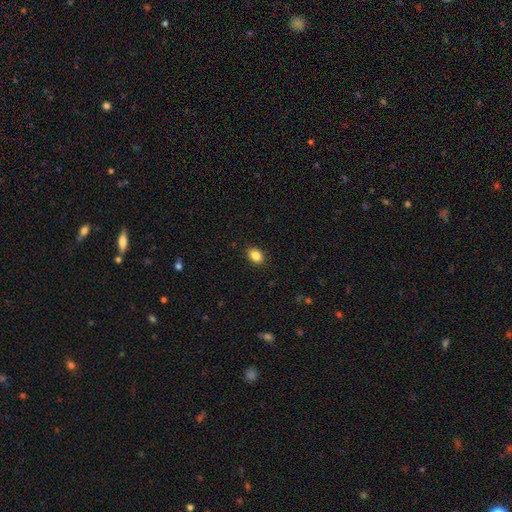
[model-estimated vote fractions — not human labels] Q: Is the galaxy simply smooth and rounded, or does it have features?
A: smooth — 86%.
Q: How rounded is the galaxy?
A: in between — 71%.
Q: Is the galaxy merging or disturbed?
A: none — 89%.